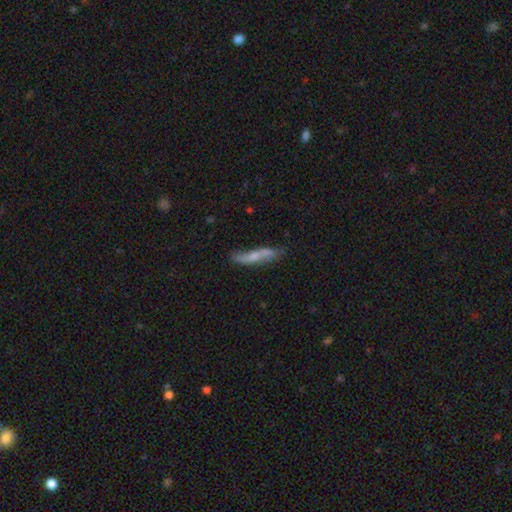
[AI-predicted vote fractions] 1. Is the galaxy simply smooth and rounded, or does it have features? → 52% smooth, 41% featured or disk, 7% star or artifact.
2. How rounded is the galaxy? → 84% cigar-shaped, 14% in between, 2% round.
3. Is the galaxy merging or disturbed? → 64% none, 24% minor disturbance, 7% major disturbance, 6% merger.